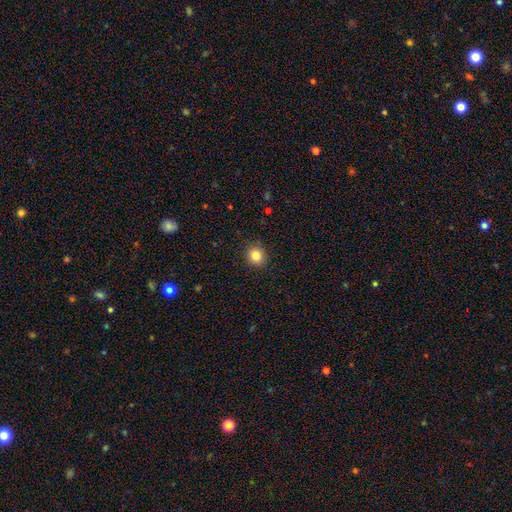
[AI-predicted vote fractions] Q: Smooth or featured?
A: smooth (83%); runner-up: star or artifact (11%)
Q: How rounded?
A: round (86%); runner-up: in between (13%)
Q: Merging?
A: none (91%); runner-up: minor disturbance (6%)